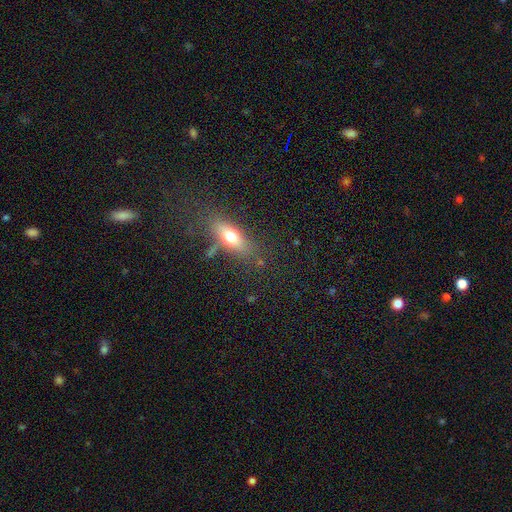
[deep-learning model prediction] A smooth galaxy with no disk features (50%).

Vote fractions:
- Smooth or featured? smooth: 50% / featured or disk: 29% / star or artifact: 22%
- Merging? none: 77% / minor disturbance: 13% / major disturbance: 6% / merger: 4%